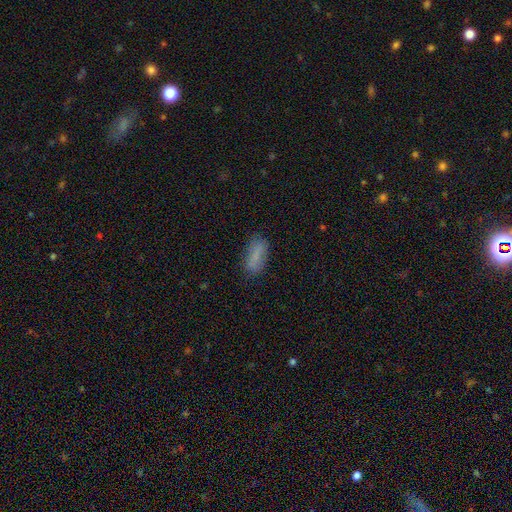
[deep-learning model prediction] Smooth or featured: smooth — 79% (featured or disk — 12%)
How rounded: in between — 72% (cigar-shaped — 25%)
Merging: none — 77% (minor disturbance — 16%)